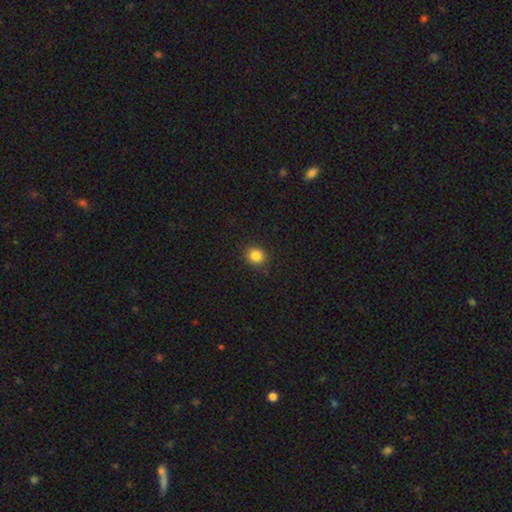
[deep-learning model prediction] This is clearly a smooth galaxy (86%). How rounded: likely round (79%). Merging: clearly none (89%).